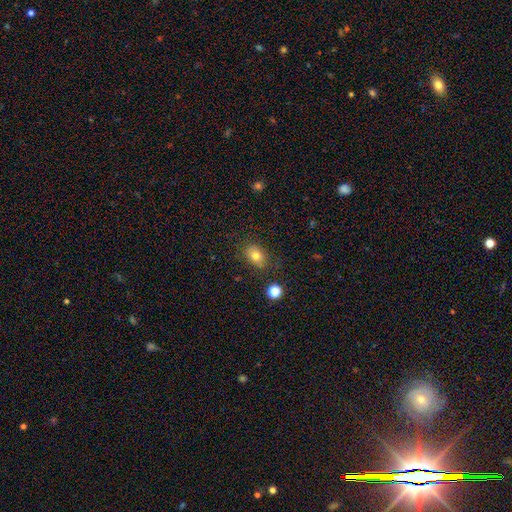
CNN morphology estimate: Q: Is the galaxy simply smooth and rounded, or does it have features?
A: smooth — 78%.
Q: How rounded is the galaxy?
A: in between — 68%.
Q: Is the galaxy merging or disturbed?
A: none — 79%.